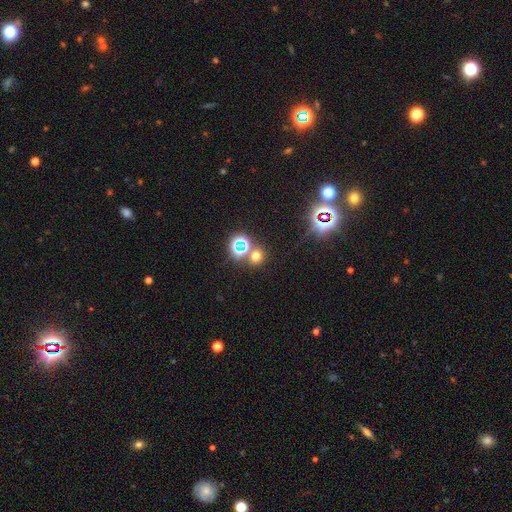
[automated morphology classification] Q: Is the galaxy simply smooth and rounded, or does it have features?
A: smooth — 55%.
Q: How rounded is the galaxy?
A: round — 81%.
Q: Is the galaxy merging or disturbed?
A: none — 73%.